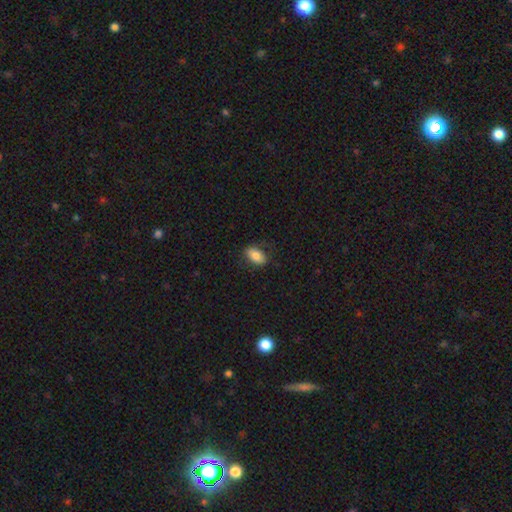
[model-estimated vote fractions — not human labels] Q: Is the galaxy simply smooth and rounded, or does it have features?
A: smooth — 81%.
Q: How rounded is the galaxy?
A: in between — 90%.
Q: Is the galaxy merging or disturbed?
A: none — 81%.